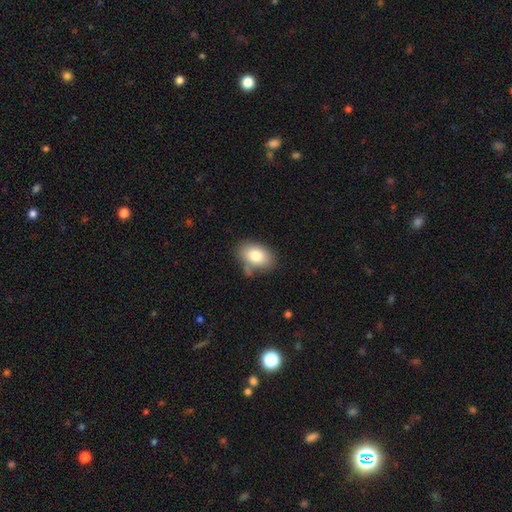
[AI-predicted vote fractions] Smooth or featured: smooth — 81% (featured or disk — 11%)
How rounded: in between — 88% (round — 11%)
Merging: none — 67% (minor disturbance — 20%)